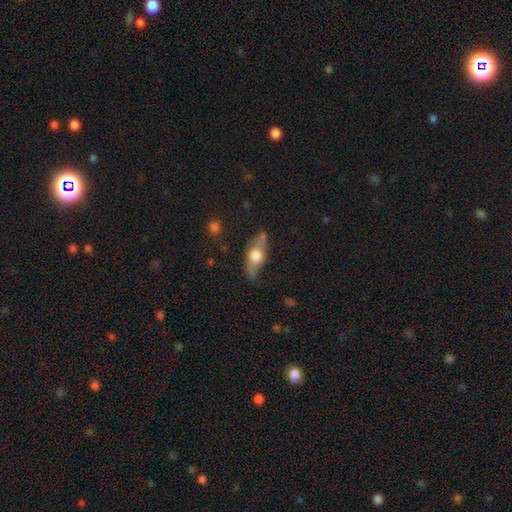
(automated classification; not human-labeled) featured or disk 49%, smooth 43%, star or artifact 7%. Down the decision tree: merging — none (67%).